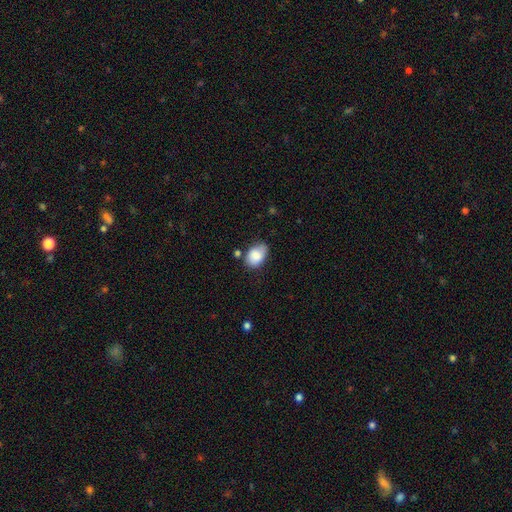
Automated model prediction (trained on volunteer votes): smooth 85%, featured or disk 8%, star or artifact 7%. Down the decision tree: how rounded — in between (81%); merging — none (58%).